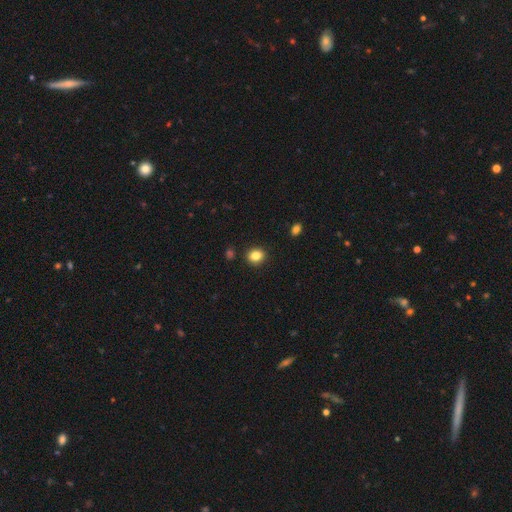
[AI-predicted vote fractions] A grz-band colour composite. It shows a smooth galaxy with no disk features (84%) that is round (66%). Merging: none (89%).